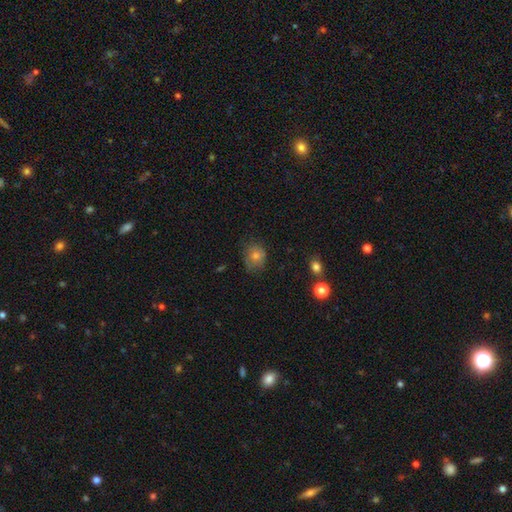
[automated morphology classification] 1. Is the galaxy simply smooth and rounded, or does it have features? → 70% smooth, 17% featured or disk, 13% star or artifact.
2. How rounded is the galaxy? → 67% round, 32% in between, 1% cigar-shaped.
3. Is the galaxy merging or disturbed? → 68% none, 24% minor disturbance, 7% major disturbance, 2% merger.